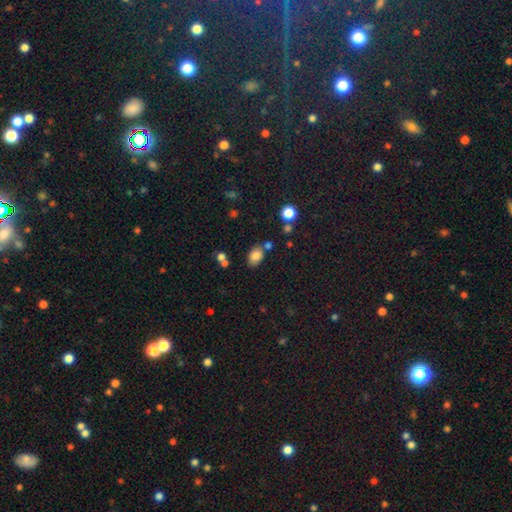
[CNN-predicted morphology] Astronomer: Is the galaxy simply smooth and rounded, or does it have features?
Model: smooth — 81%.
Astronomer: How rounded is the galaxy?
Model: in between — 81%.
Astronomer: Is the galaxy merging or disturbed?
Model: none — 69%.